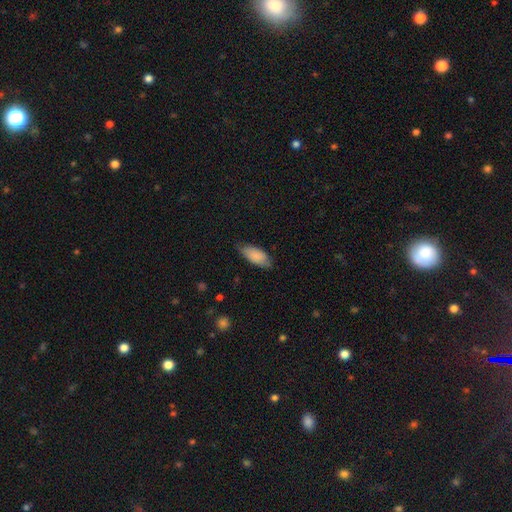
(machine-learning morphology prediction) The model was most divided on "merging": none: 69%, minor disturbance: 25%, major disturbance: 4%, merger: 1%. More confident: how rounded — in between (87%); smooth or featured — smooth (85%).